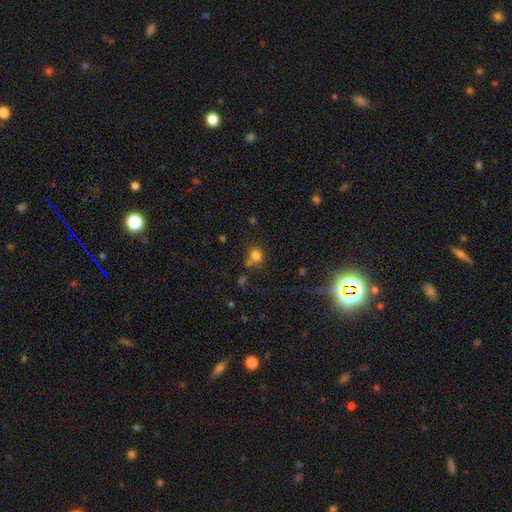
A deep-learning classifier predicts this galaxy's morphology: Q: Smooth or featured?
A: smooth (78%); runner-up: star or artifact (16%)
Q: How rounded?
A: round (75%); runner-up: in between (24%)
Q: Merging?
A: none (63%); runner-up: merger (19%)